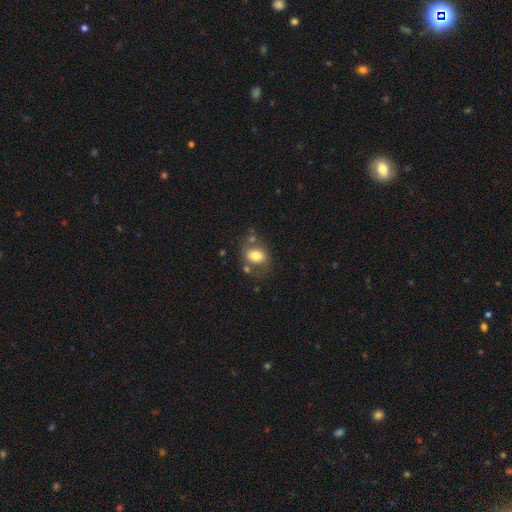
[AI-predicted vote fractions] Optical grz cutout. It shows a smooth galaxy with no disk features (72%) that is in between round and cigar-shaped (61%). Merging: none (57%).